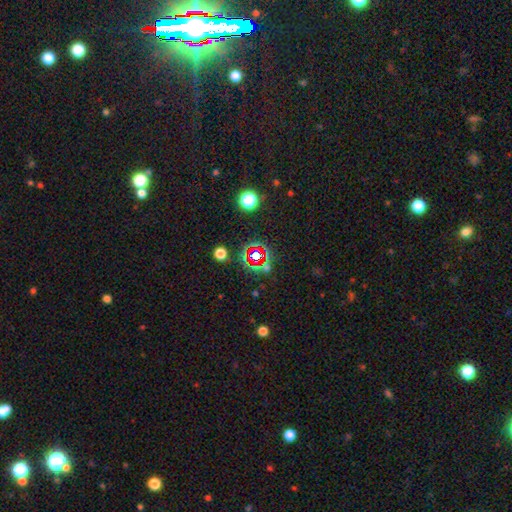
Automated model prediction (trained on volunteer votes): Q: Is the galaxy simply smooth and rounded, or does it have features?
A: star or artifact — 70%.